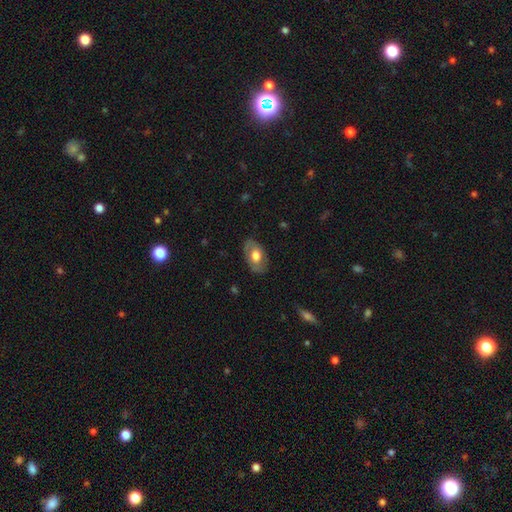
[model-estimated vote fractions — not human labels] Morphology: type=smooth (55%); roundness=in between (89%); merging=none (80%).